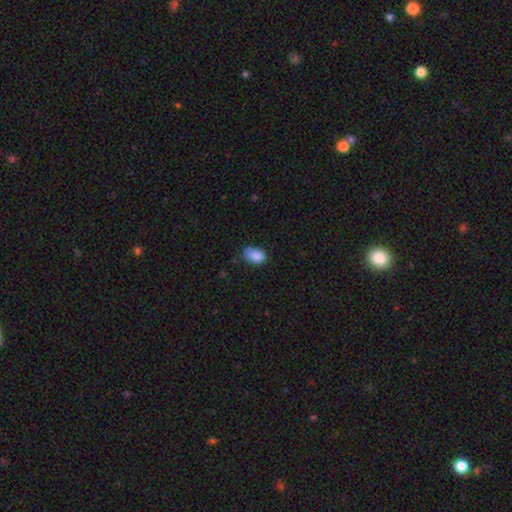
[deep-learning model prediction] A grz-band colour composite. It shows a smooth galaxy with no disk features (87%) that is in between round and cigar-shaped (87%). Merging: none (66%).